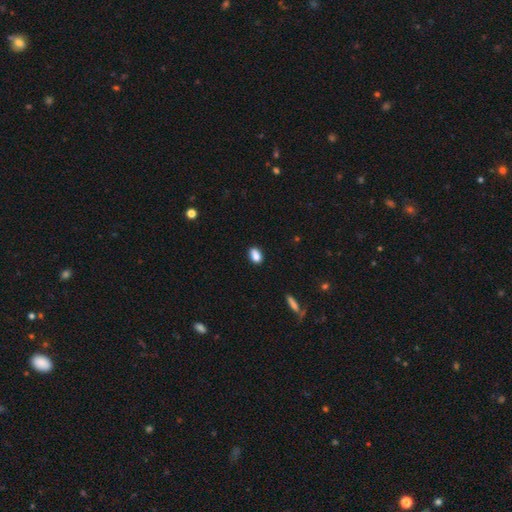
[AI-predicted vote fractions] This appears to be a smooth galaxy with no disk features (86%) that is in between round and cigar-shaped (84%). Merging: none (81%).